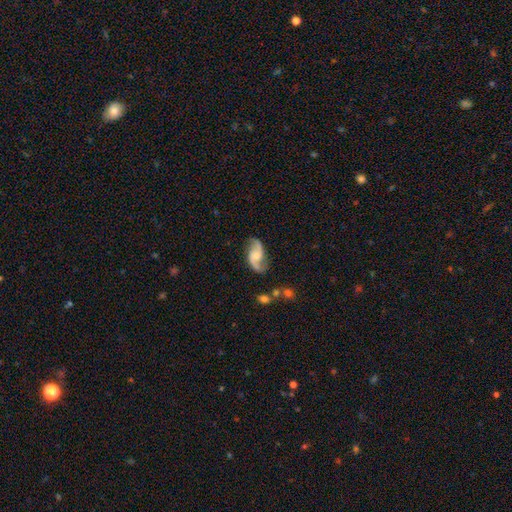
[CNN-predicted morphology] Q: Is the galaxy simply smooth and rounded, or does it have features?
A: featured or disk — 85%.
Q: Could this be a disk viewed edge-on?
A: no — 98%.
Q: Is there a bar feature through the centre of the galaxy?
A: no — 52%.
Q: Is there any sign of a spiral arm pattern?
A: yes — 97%.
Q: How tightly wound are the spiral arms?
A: loose — 67%.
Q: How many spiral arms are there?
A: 2 — 93%.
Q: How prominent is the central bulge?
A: small — 41%.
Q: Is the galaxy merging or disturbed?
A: none — 75%.